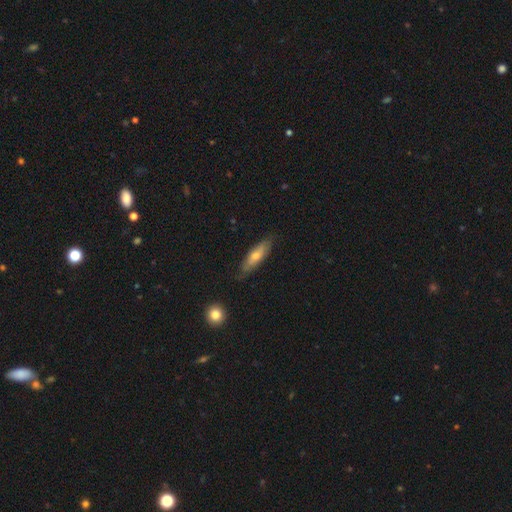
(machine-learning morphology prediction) Smooth or featured? smooth (59%)
How rounded? cigar-shaped (55%)
Merging? none (77%)